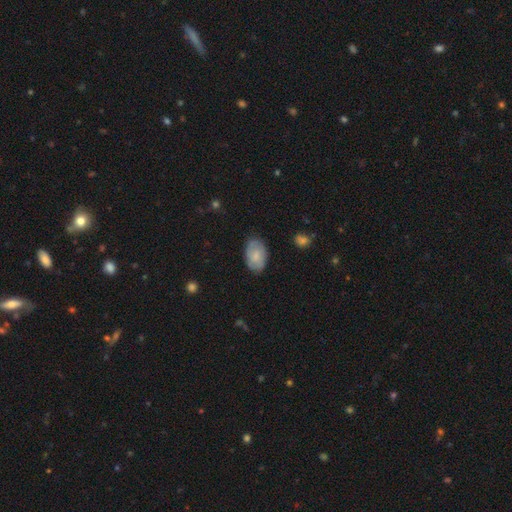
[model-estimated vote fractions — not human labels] A smooth galaxy with no disk features (70%) that is in between round and cigar-shaped (91%). Merging: none (80%).